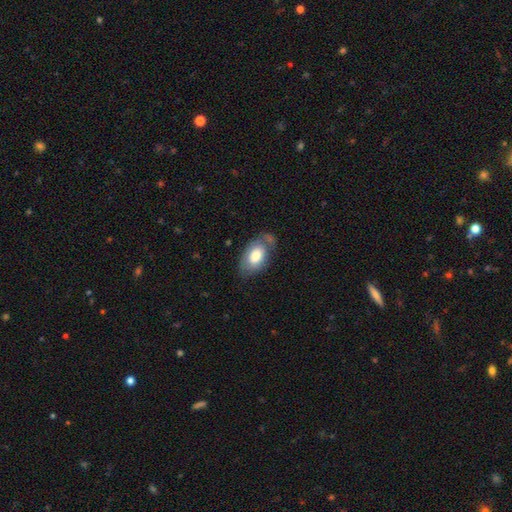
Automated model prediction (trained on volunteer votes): Smooth or featured? smooth (71%)
How rounded? in between (93%)
Merging? none (57%)